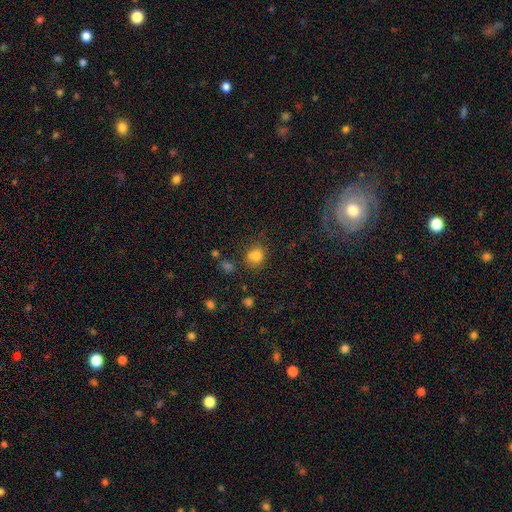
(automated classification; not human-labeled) The model was most divided on "merging": none: 56%, merger: 22%, minor disturbance: 16%, major disturbance: 6%. More confident: smooth or featured — smooth (77%); how rounded — round (75%).